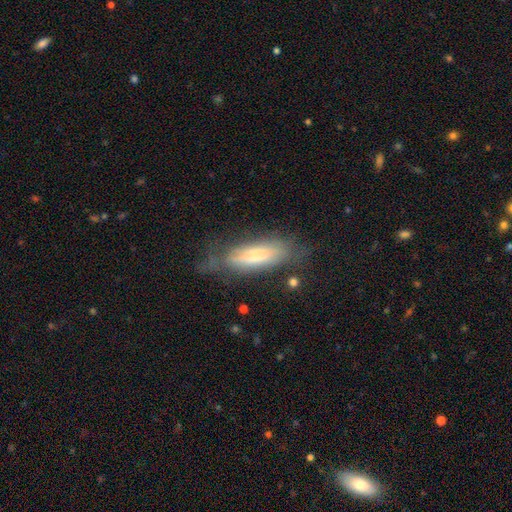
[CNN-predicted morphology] A smooth galaxy with no disk features (63%) that is in between round and cigar-shaped (52%).

Vote fractions:
- Smooth or featured? smooth: 63% / featured or disk: 29% / star or artifact: 8%
- How rounded? in between: 52% / cigar-shaped: 46% / round: 2%
- Merging? none: 55% / minor disturbance: 28% / major disturbance: 14% / merger: 3%